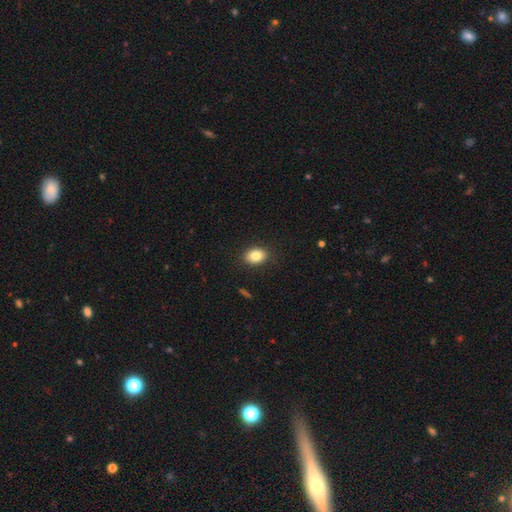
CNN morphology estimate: Q: Smooth or featured?
A: smooth (83%); runner-up: star or artifact (9%)
Q: How rounded?
A: in between (71%); runner-up: round (27%)
Q: Merging?
A: none (87%); runner-up: minor disturbance (10%)